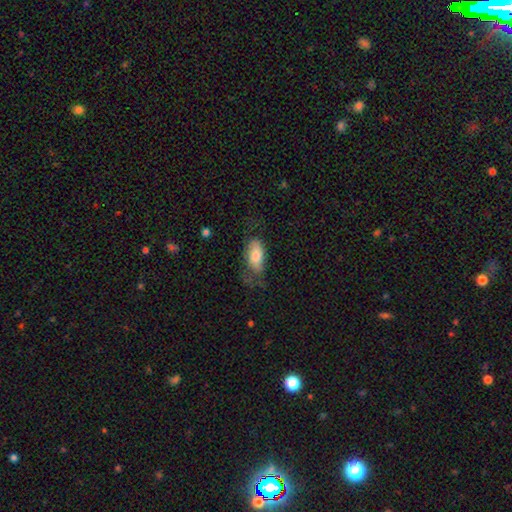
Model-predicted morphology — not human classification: smooth-or-featured: smooth: 73% | featured or disk: 20% | star or artifact: 7%
  how-rounded: in between: 91% | cigar-shaped: 6% | round: 3%
  merging: none: 44% | minor disturbance: 32% | major disturbance: 22% | merger: 2%